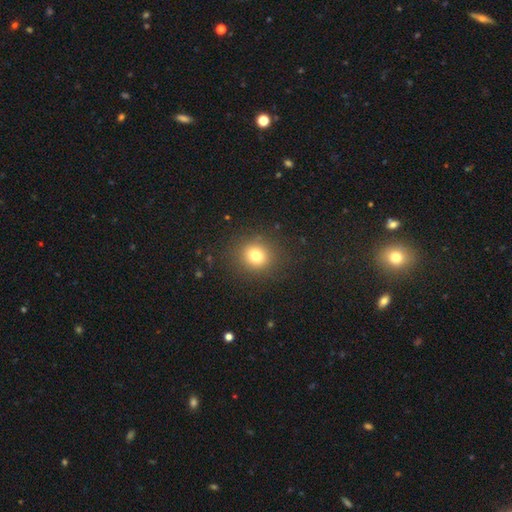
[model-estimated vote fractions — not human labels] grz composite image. It shows a smooth galaxy with no disk features (77%) that is round (83%). Merging: none (88%).